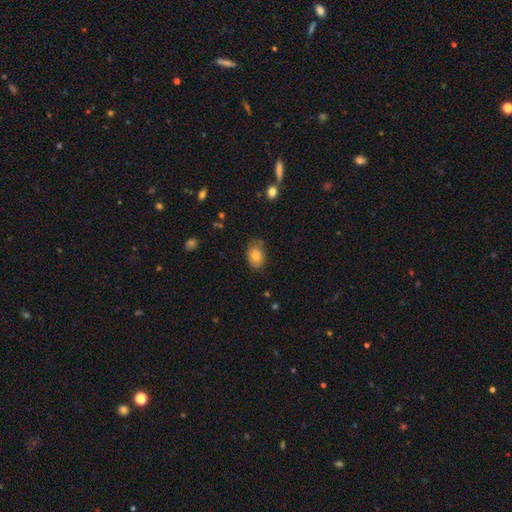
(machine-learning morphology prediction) Overall: smooth (78%). How rounded: in between (76%). Merging: none (70%).